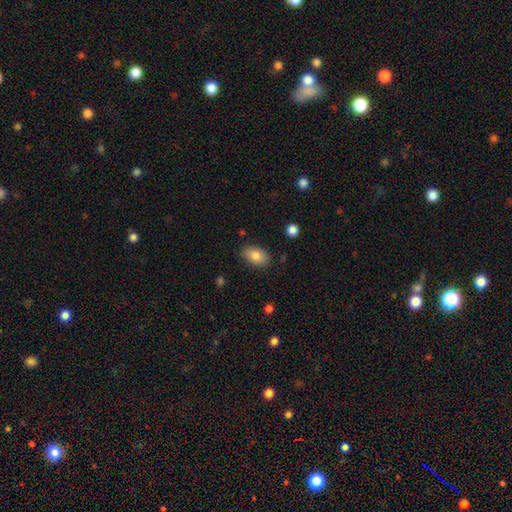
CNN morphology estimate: smooth 81%, featured or disk 11%, star or artifact 8%. Down the decision tree: how rounded — in between (89%); merging — none (85%).